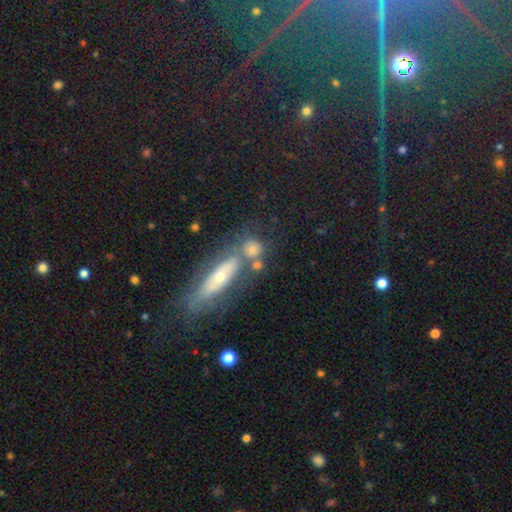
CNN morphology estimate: This appears to be a smooth galaxy with no disk features (44%). Merging: none (58%).